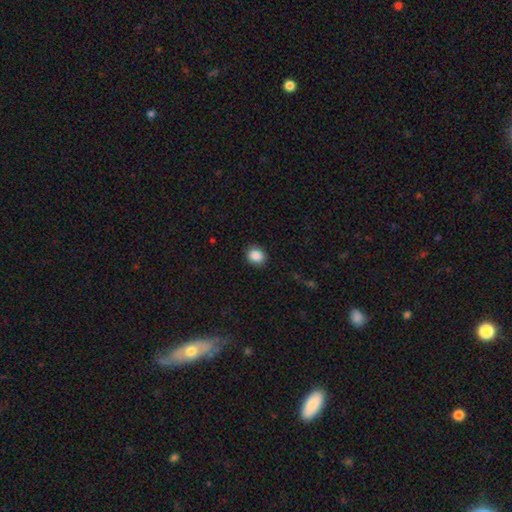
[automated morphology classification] type=smooth (88%); roundness=round (66%); merging=none (89%).